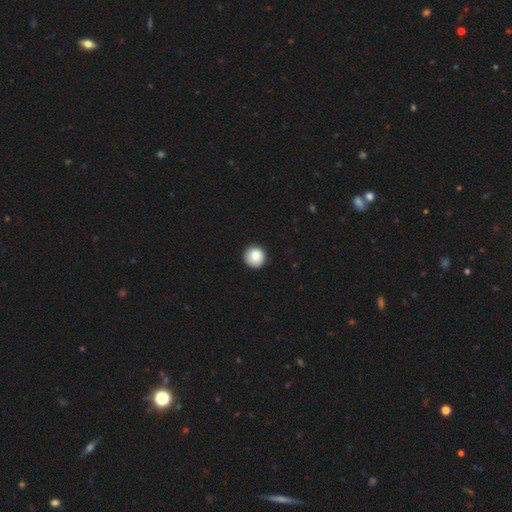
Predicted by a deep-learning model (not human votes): smooth_or_featured: smooth (p=0.83) [alt: star or artifact p=0.09]
how_rounded: round (p=0.96) [alt: in between p=0.03]
merging: none (p=0.91) [alt: minor disturbance p=0.07]